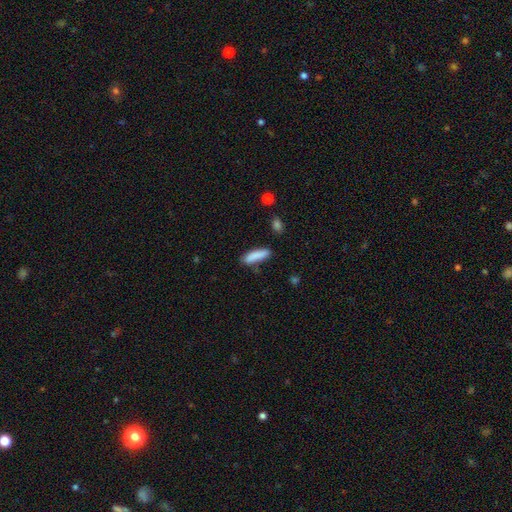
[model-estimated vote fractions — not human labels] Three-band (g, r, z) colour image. It shows a smooth galaxy with no disk features (87%) that is cigar-shaped (63%). Merging: none (77%).